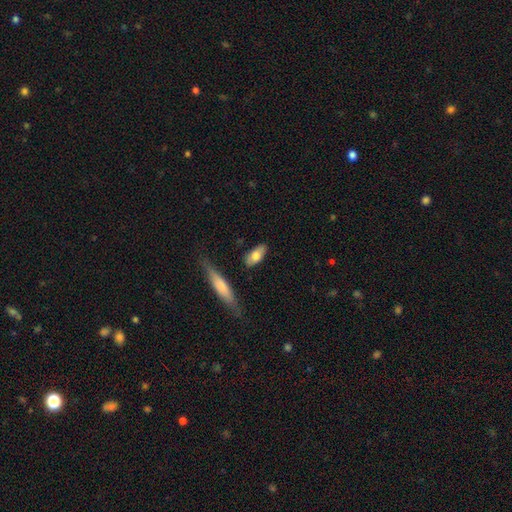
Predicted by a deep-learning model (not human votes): This is likely a smooth galaxy (73%). How rounded: clearly in between (81%). Merging: clearly none (80%).